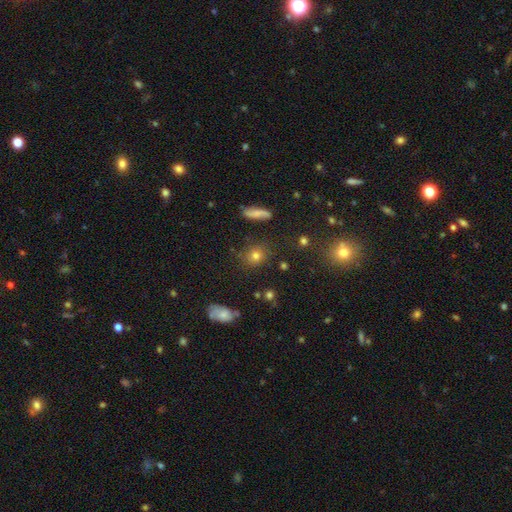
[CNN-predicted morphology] smooth-or-featured: smooth: 72% | star or artifact: 17% | featured or disk: 10%
  how-rounded: round: 76% | in between: 21% | cigar-shaped: 2%
  merging: none: 81% | minor disturbance: 12% | major disturbance: 4% | merger: 3%